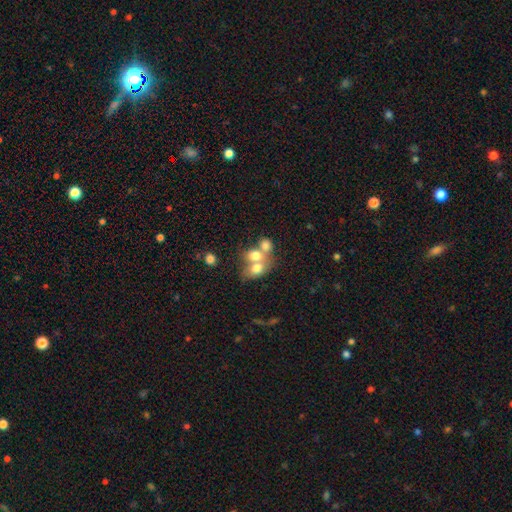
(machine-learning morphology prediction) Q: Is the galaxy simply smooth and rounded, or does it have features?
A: smooth — 69%.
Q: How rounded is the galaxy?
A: in between — 59%.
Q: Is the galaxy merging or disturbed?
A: merger — 66%.